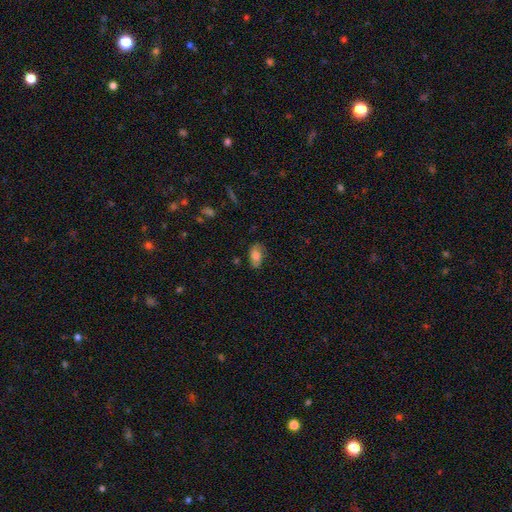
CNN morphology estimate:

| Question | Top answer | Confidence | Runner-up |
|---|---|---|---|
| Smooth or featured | smooth | 69% | featured or disk (22%) |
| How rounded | in between | 90% | round (7%) |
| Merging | none | 71% | minor disturbance (22%) |